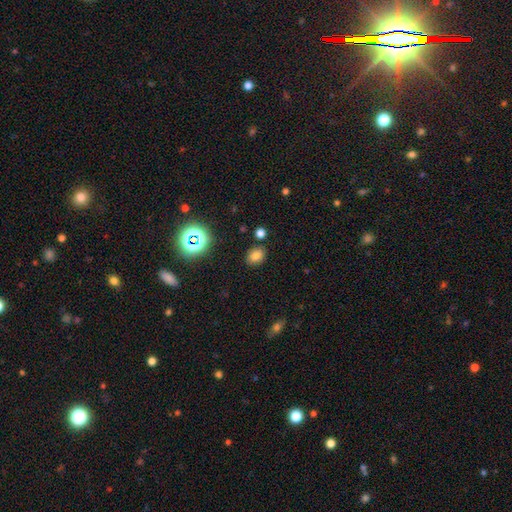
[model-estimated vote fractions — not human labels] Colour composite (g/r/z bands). It shows a smooth galaxy with no disk features (75%) that is in between round and cigar-shaped (55%). Merging: none (84%).